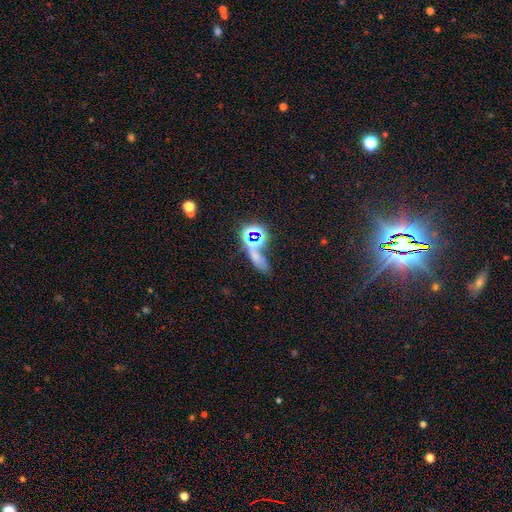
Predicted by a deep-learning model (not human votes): Smooth or featured? star or artifact (43%)